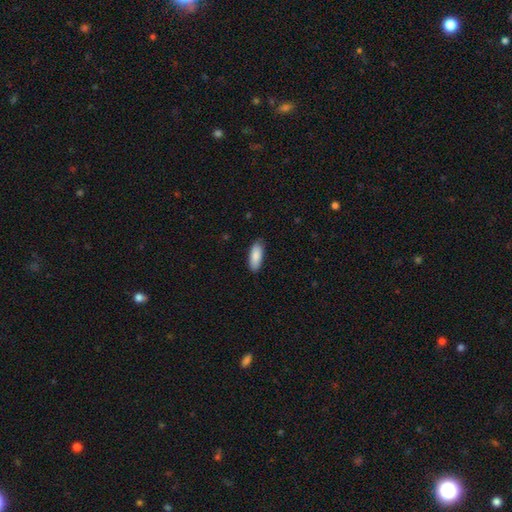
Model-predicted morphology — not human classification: Smooth or featured?
  - smooth: 87% *
  - featured or disk: 8%
  - star or artifact: 6%
How rounded?
  - in between: 77% *
  - cigar-shaped: 22%
  - round: 2%
Merging?
  - none: 85% *
  - minor disturbance: 12%
  - major disturbance: 2%
  - merger: 1%